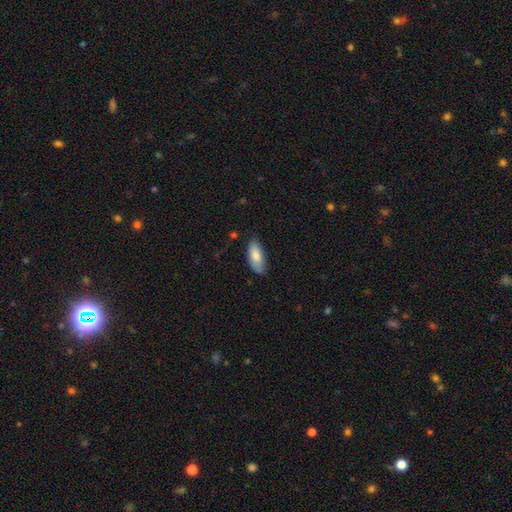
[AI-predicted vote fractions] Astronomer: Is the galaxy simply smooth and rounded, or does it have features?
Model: smooth — 82%.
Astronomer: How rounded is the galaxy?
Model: in between — 85%.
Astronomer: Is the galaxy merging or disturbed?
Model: none — 73%.